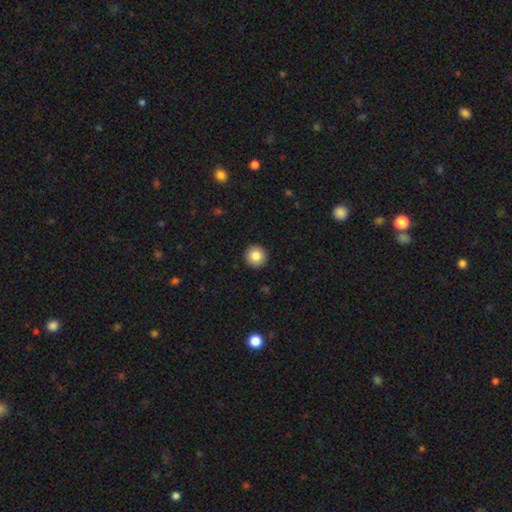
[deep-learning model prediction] A smooth galaxy with no disk features (85%) that is round (95%).

Vote fractions:
- Smooth or featured? smooth: 85% / star or artifact: 9% / featured or disk: 6%
- How rounded? round: 95% / in between: 4% / cigar-shaped: 1%
- Merging? none: 93% / minor disturbance: 5% / major disturbance: 1% / merger: 1%